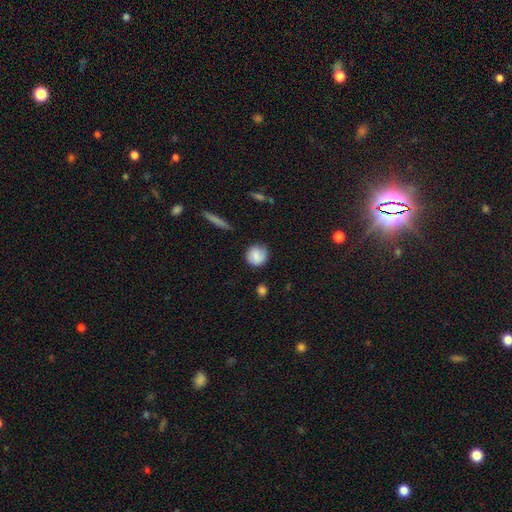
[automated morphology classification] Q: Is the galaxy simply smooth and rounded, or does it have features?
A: smooth — 82%.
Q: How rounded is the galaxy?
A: round — 90%.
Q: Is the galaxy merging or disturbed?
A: none — 82%.